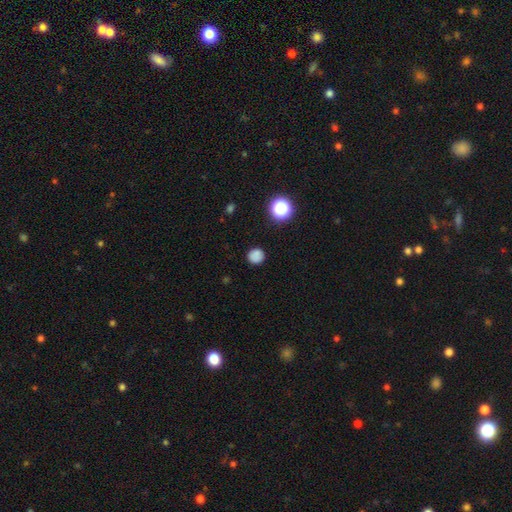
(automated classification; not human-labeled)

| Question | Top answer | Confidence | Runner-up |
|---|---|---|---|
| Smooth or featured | smooth | 79% | star or artifact (15%) |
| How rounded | round | 91% | in between (8%) |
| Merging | none | 85% | minor disturbance (10%) |